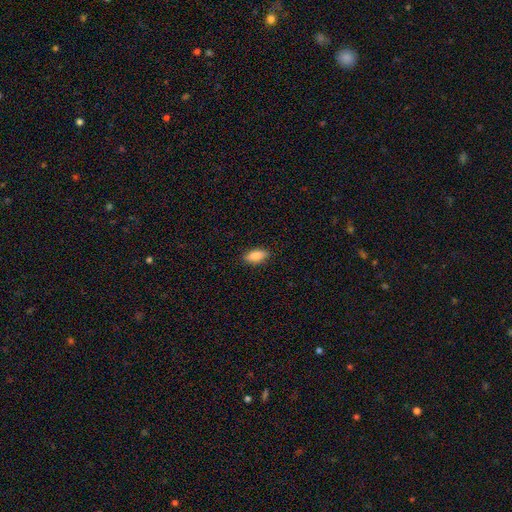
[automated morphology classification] smooth_or_featured: smooth (p=0.84) [alt: featured or disk p=0.10]
how_rounded: in between (p=0.82) [alt: cigar-shaped p=0.15]
merging: none (p=0.88) [alt: minor disturbance p=0.09]